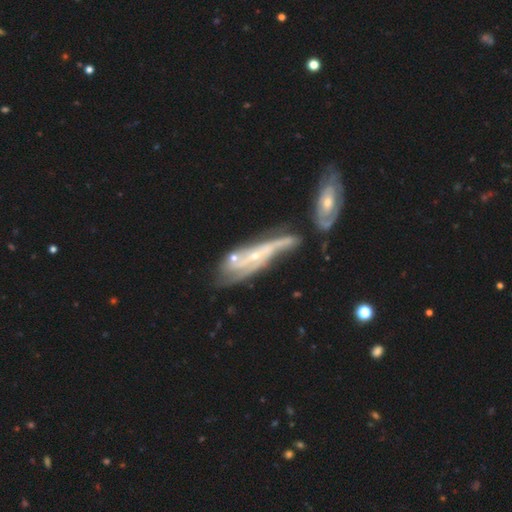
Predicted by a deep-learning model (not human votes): smooth-or-featured: featured or disk: 80% | smooth: 13% | star or artifact: 7%
  disk-edge-on: no: 80% | yes: 20%
    bar: no: 58% | weak: 28% | strong: 14%
    has-spiral-arms: yes: 85% | no: 15%
      spiral-winding: medium: 37% | tight: 33% | loose: 30%
      spiral-arm-count: 2: 43% | can't tell: 34% | 3: 11% | 1: 5% | 4: 4% | more than 4: 3%
    bulge-size: small: 75% | moderate: 18% | none: 5% | large: 1% | dominant: 1%
  merging: merger: 36% | none: 31% | minor disturbance: 18% | major disturbance: 15%